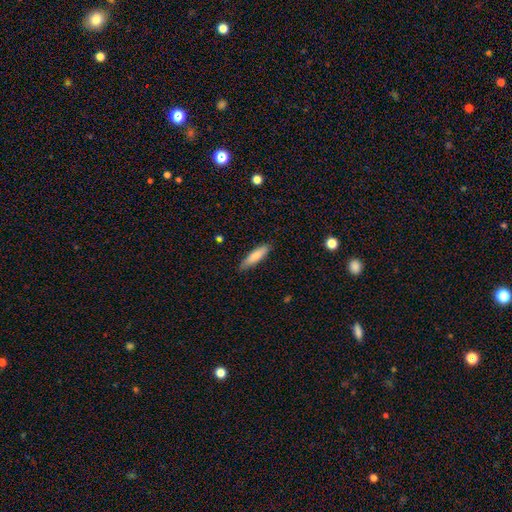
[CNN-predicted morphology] A smooth galaxy with no disk features (80%) that is cigar-shaped (70%). Merging: none (86%).